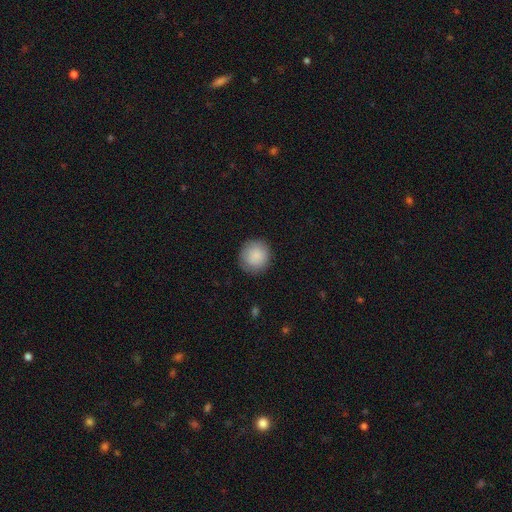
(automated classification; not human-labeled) Smooth or featured? smooth (88%)
How rounded? round (93%)
Merging? none (86%)